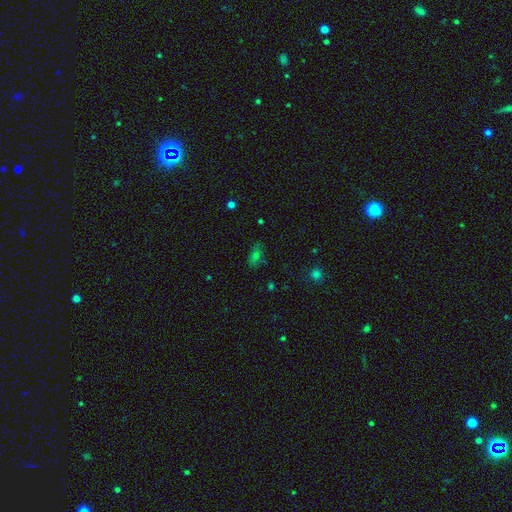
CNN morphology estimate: Smooth or featured?
  - smooth: 58% *
  - star or artifact: 24%
  - featured or disk: 17%
How rounded?
  - in between: 79% *
  - round: 13%
  - cigar-shaped: 7%
Merging?
  - none: 78% *
  - minor disturbance: 15%
  - major disturbance: 4%
  - merger: 2%